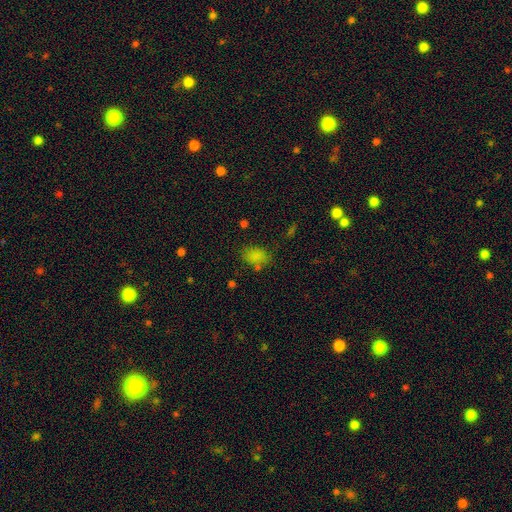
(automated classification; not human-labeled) Q: Smooth or featured?
A: smooth (79%); runner-up: star or artifact (15%)
Q: How rounded?
A: in between (77%); runner-up: round (21%)
Q: Merging?
A: none (67%); runner-up: minor disturbance (19%)